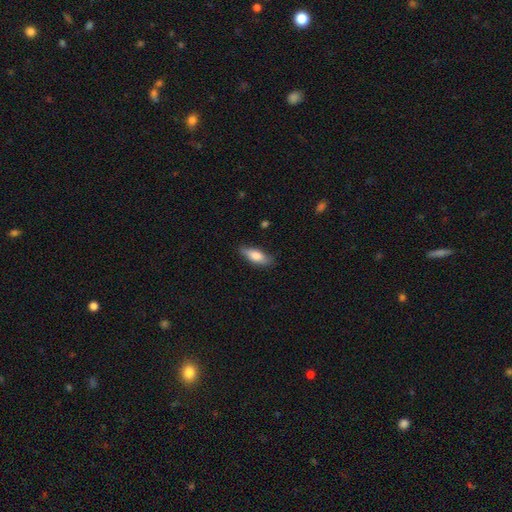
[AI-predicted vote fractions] Smooth or featured: smooth — 79% (featured or disk — 15%)
How rounded: in between — 68% (cigar-shaped — 30%)
Merging: none — 80% (minor disturbance — 16%)